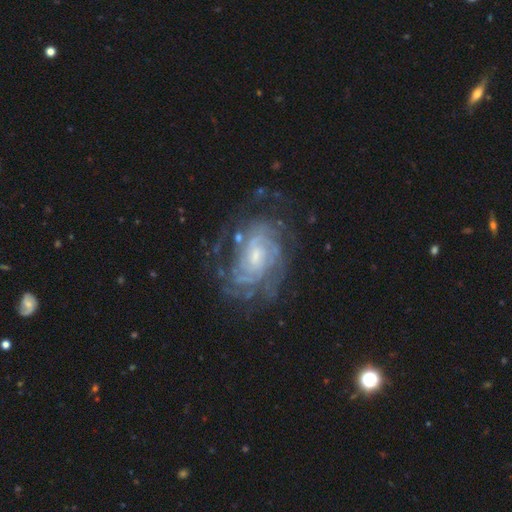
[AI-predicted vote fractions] smooth-or-featured: featured or disk: 87% | star or artifact: 7% | smooth: 6%
  disk-edge-on: no: 97% | yes: 3%
    bar: no: 52% | weak: 39% | strong: 9%
    has-spiral-arms: yes: 96% | no: 4%
      spiral-winding: tight: 67% | medium: 27% | loose: 6%
      spiral-arm-count: can't tell: 38% | 2: 18% | 4: 15% | 3: 15% | more than 4: 8% | 1: 6%
    bulge-size: small: 59% | moderate: 31% | none: 5% | large: 3% | dominant: 1%
  merging: none: 68% | minor disturbance: 18% | major disturbance: 12% | merger: 2%